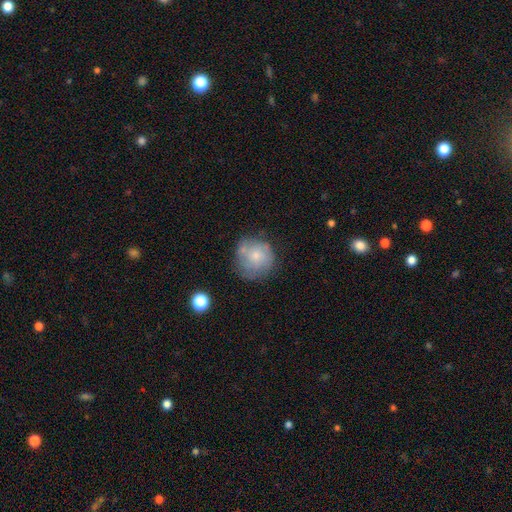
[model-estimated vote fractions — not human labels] Overall: smooth (56%; featured or disk 36%). How rounded: round (89%). Merging: none (63%; minor disturbance 23%).